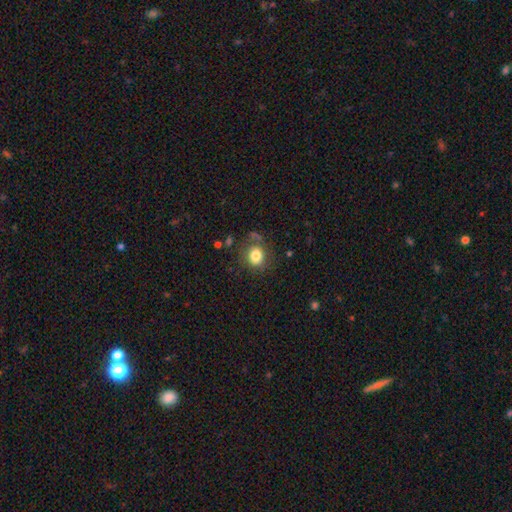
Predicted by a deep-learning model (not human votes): Smooth or featured? smooth (81%)
How rounded? round (71%)
Merging? none (70%)